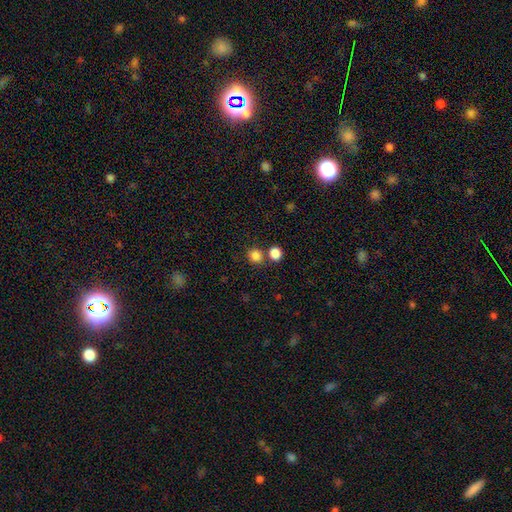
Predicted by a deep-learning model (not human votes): smooth_or_featured: smooth (p=0.84) [alt: star or artifact p=0.12]
how_rounded: round (p=0.85) [alt: in between p=0.14]
merging: none (p=0.67) [alt: merger p=0.23]